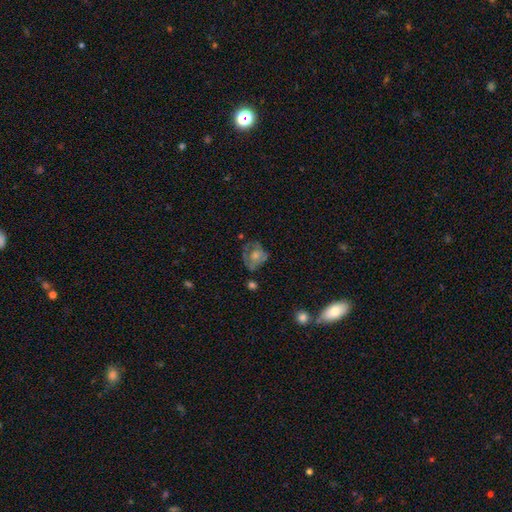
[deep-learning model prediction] smooth-or-featured: featured or disk: 55% | smooth: 34% | star or artifact: 11%
  disk-edge-on: no: 96% | yes: 4%
    bar: no: 81% | weak: 15% | strong: 3%
    has-spiral-arms: no: 54% | yes: 46%
    bulge-size: moderate: 57% | small: 30% | large: 7% | none: 5% | dominant: 1%
  merging: none: 54% | minor disturbance: 24% | major disturbance: 18% | merger: 4%